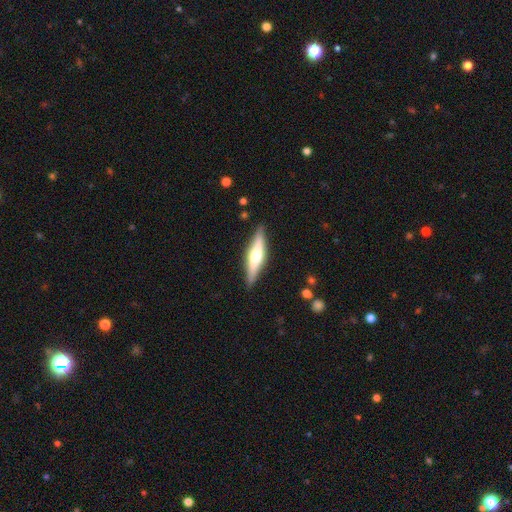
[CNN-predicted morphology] Smooth or featured: featured or disk — 58% (smooth — 37%)
Edge-on disk: yes — 95% (no — 5%)
Edge-on bulge: rounded — 85% (boxy — 10%)
Merging: none — 88% (minor disturbance — 9%)